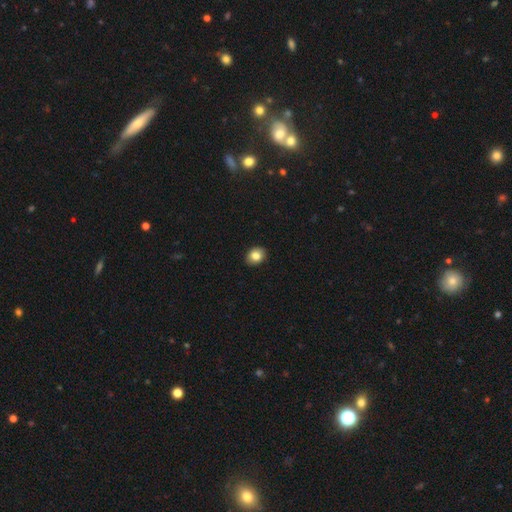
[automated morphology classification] This appears to be a smooth galaxy with no disk features (83%) that is in between round and cigar-shaped (52%). Merging: none (90%).